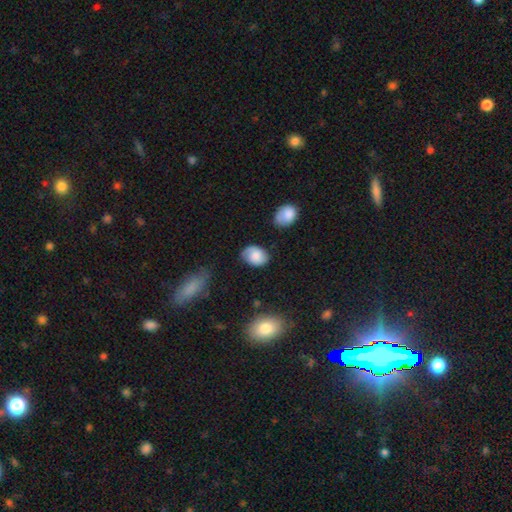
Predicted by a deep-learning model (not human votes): Smooth or featured? smooth (61%)
How rounded? in between (69%)
Merging? none (64%)